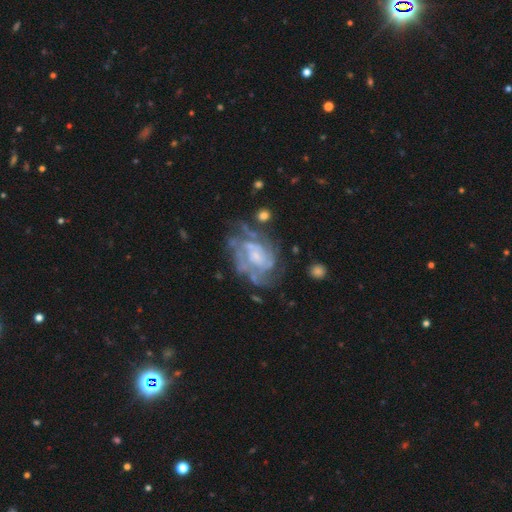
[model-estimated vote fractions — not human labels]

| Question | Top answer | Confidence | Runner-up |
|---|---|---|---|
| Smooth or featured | featured or disk | 81% | smooth (11%) |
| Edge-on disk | no | 97% | yes (3%) |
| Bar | no | 64% | weak (30%) |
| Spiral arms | yes | 81% | no (19%) |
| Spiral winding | tight | 51% | medium (36%) |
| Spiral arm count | can't tell | 46% | 2 (17%) |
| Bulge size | small | 48% | moderate (29%) |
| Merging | none | 54% | minor disturbance (21%) |